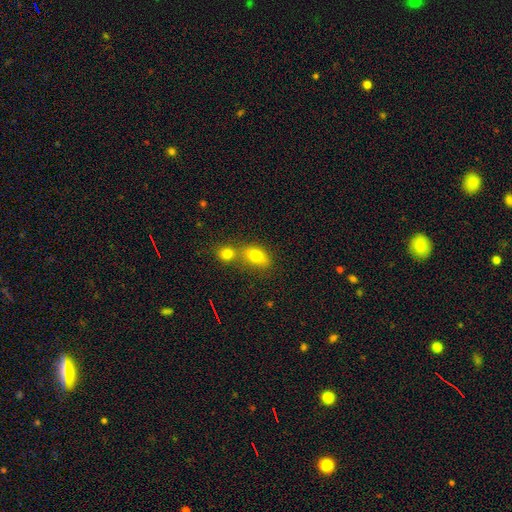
Smooth or featured: smooth — 76% (featured or disk — 13%)
How rounded: in between — 66% (round — 34%)
Merging: none — 44% (merger — 35%)